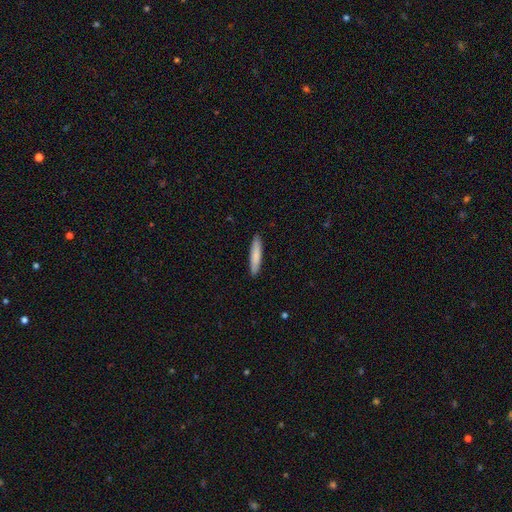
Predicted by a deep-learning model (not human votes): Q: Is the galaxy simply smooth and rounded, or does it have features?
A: smooth — 83%.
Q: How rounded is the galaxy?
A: cigar-shaped — 88%.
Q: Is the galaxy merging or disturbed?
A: none — 91%.